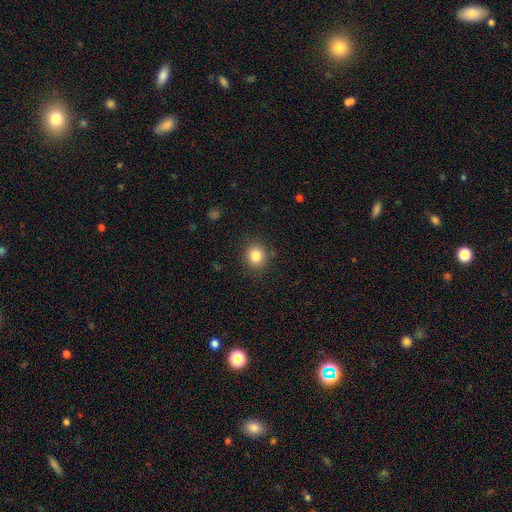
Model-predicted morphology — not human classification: smooth_or_featured: smooth (p=0.82) [alt: star or artifact p=0.11]
how_rounded: round (p=0.84) [alt: in between p=0.15]
merging: none (p=0.88) [alt: minor disturbance p=0.08]